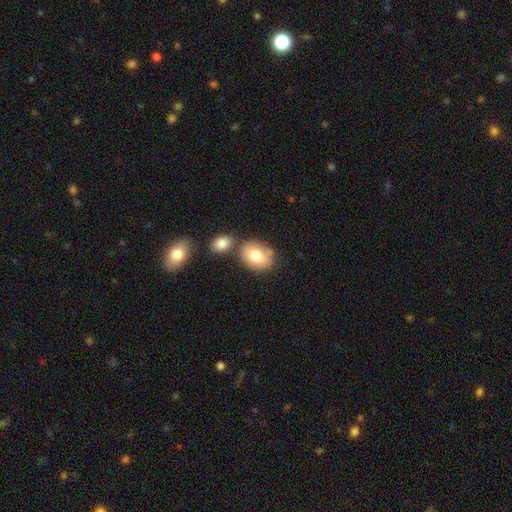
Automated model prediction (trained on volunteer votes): Smooth or featured? Predicted: smooth (p=0.77). How rounded? Predicted: in between (p=0.68). Merging? Predicted: none (p=0.60).